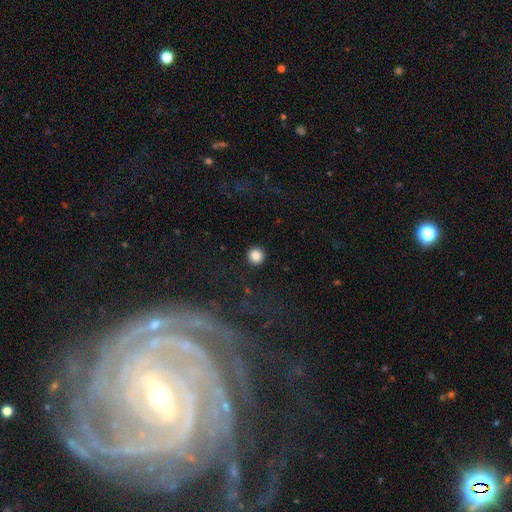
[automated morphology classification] A smooth galaxy with no disk features (86%) that is round (95%).

Vote fractions:
- Smooth or featured? smooth: 86% / star or artifact: 11% / featured or disk: 4%
- How rounded? round: 95% / in between: 4% / cigar-shaped: 1%
- Merging? none: 92% / minor disturbance: 5% / major disturbance: 2% / merger: 1%